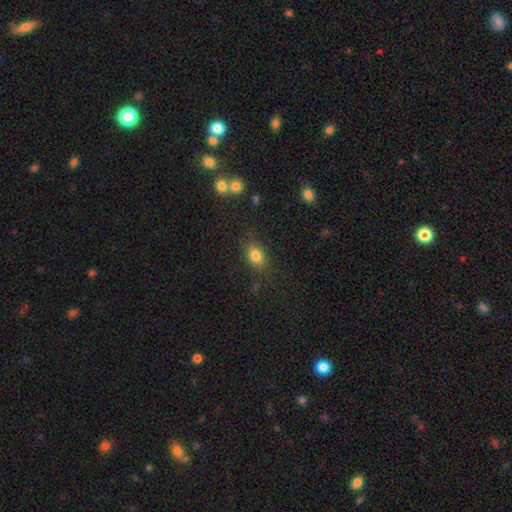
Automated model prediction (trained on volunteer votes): A smooth galaxy with no disk features (80%) that is in between round and cigar-shaped (74%).

Vote fractions:
- Smooth or featured? smooth: 80% / star or artifact: 11% / featured or disk: 9%
- How rounded? in between: 74% / round: 24% / cigar-shaped: 2%
- Merging? none: 77% / minor disturbance: 15% / major disturbance: 5% / merger: 3%